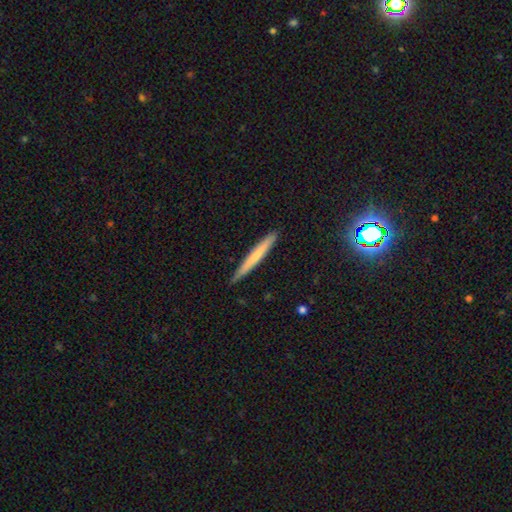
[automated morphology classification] Overall: smooth (64%; featured or disk 30%). How rounded: cigar-shaped (97%). Merging: none (89%).